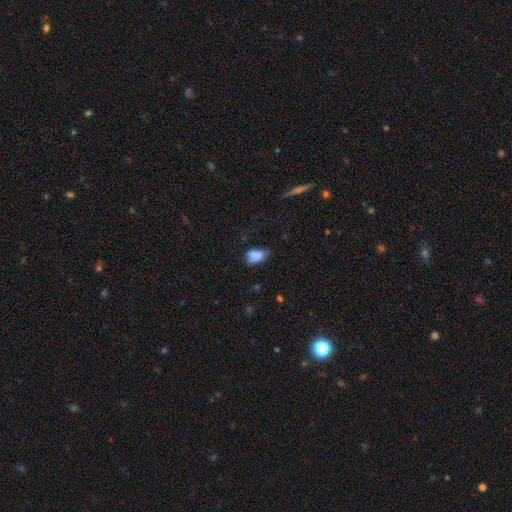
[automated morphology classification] A smooth galaxy with no disk features (72%) that is in between round and cigar-shaped (88%). Merging: none (38%).